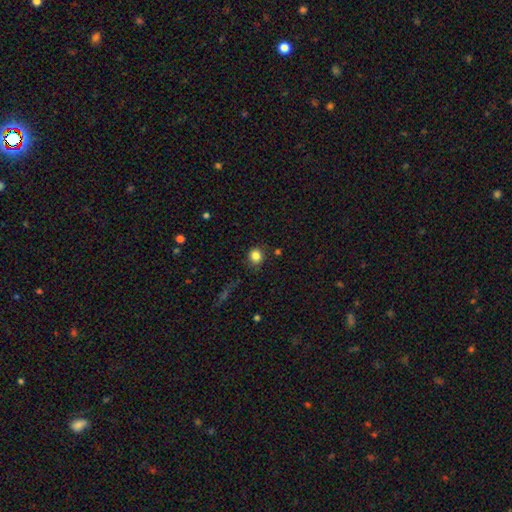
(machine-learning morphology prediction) A smooth galaxy with no disk features (84%) that is round (83%). Merging: none (81%).